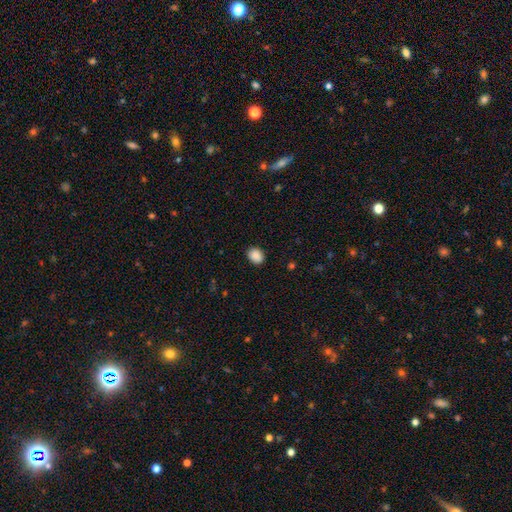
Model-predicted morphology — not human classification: A smooth galaxy with no disk features (89%) that is in between round and cigar-shaped (53%).

Vote fractions:
- Smooth or featured? smooth: 89% / star or artifact: 8% / featured or disk: 3%
- How rounded? in between: 53% / round: 46% / cigar-shaped: 1%
- Merging? none: 87% / minor disturbance: 10% / major disturbance: 2% / merger: 1%